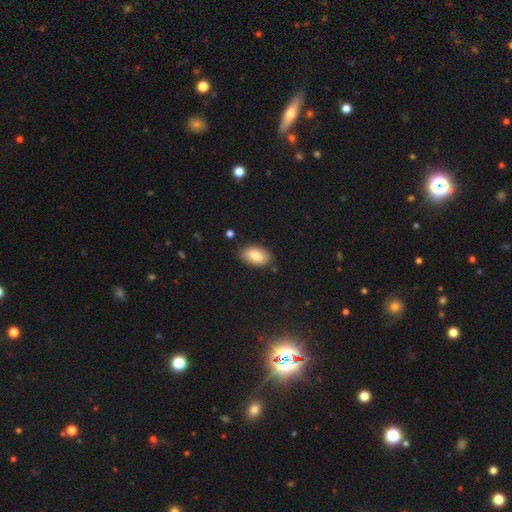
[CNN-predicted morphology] smooth 81%, featured or disk 12%, star or artifact 7%. Down the decision tree: how rounded — in between (93%); merging — none (83%).